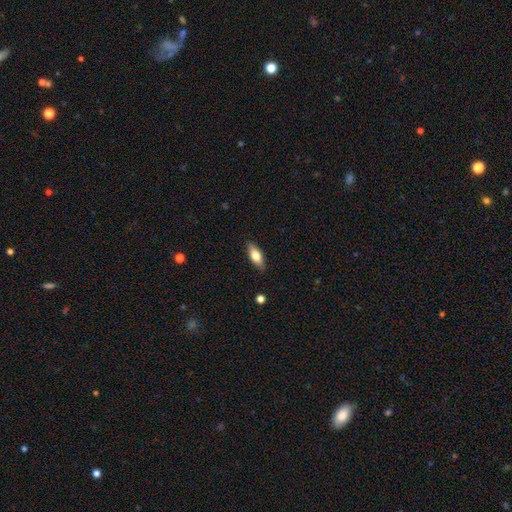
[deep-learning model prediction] smooth-or-featured: smooth: 67% | featured or disk: 26% | star or artifact: 7%
  how-rounded: in between: 70% | cigar-shaped: 27% | round: 3%
  merging: none: 87% | minor disturbance: 10% | major disturbance: 2% | merger: 1%